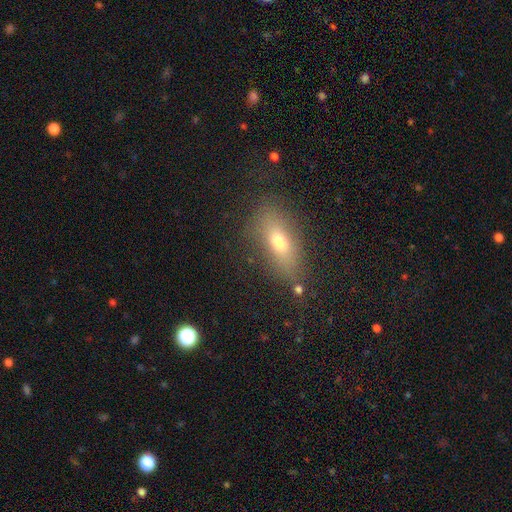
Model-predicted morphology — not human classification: A smooth galaxy with no disk features (64%) that is in between round and cigar-shaped (76%). Merging: none (77%).